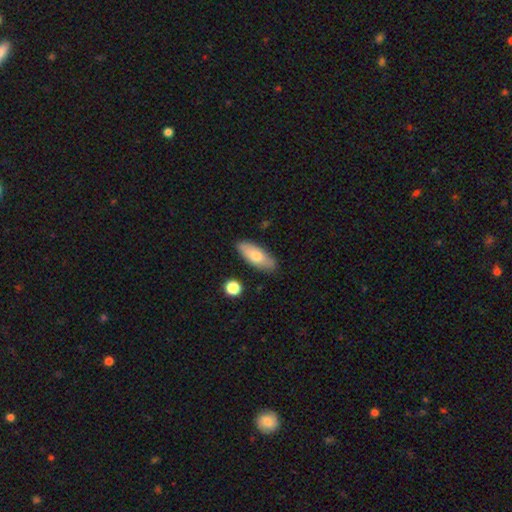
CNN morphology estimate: A smooth galaxy with no disk features (71%) that is in between round and cigar-shaped (77%). Merging: none (84%).